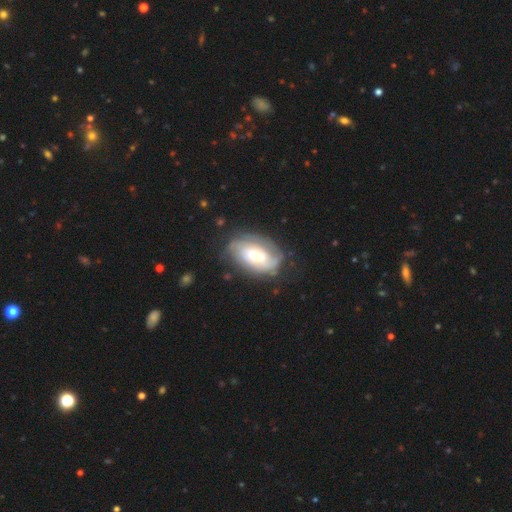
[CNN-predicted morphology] Smooth or featured?
  - featured or disk: 71% *
  - smooth: 24%
  - star or artifact: 6%
Edge-on disk?
  - no: 95% *
  - yes: 5%
Bar?
  - weak: 42% *
  - no: 40%
  - strong: 17%
Spiral arms?
  - yes: 83% *
  - no: 17%
Spiral winding?
  - tight: 64% *
  - medium: 26%
  - loose: 10%
Spiral arm count?
  - can't tell: 48% *
  - 2: 29%
  - 3: 11%
  - 1: 5%
  - 4: 5%
  - more than 4: 3%
Bulge size?
  - moderate: 63% *
  - small: 17%
  - large: 17%
  - dominant: 1%
  - none: 1%
Merging?
  - none: 67% *
  - minor disturbance: 22%
  - major disturbance: 9%
  - merger: 2%